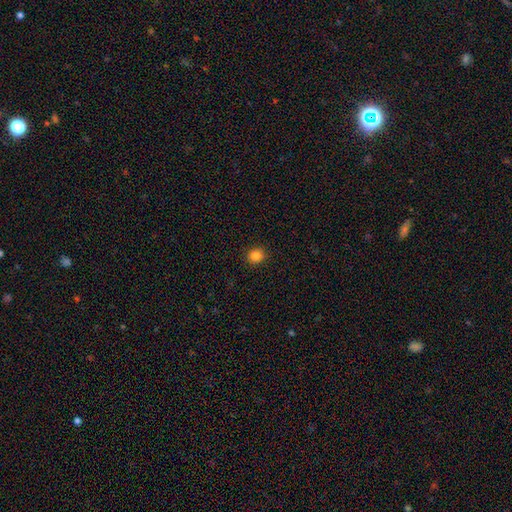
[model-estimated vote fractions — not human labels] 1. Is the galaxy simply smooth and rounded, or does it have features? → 84% smooth, 12% star or artifact, 4% featured or disk.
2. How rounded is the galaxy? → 81% round, 18% in between, 1% cigar-shaped.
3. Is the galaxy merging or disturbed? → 91% none, 6% minor disturbance, 2% major disturbance, 1% merger.